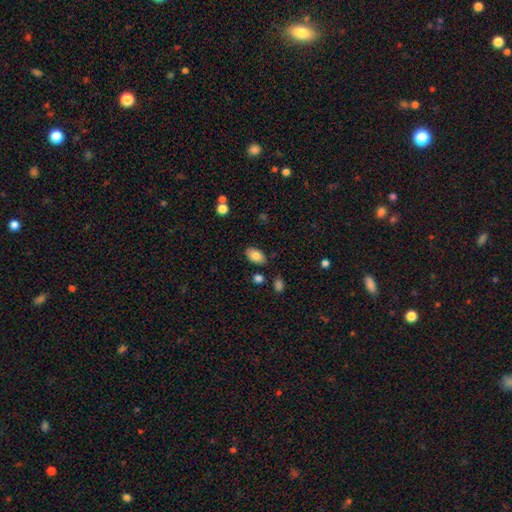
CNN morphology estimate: type=smooth (83%); roundness=in between (93%); merging=none (82%).